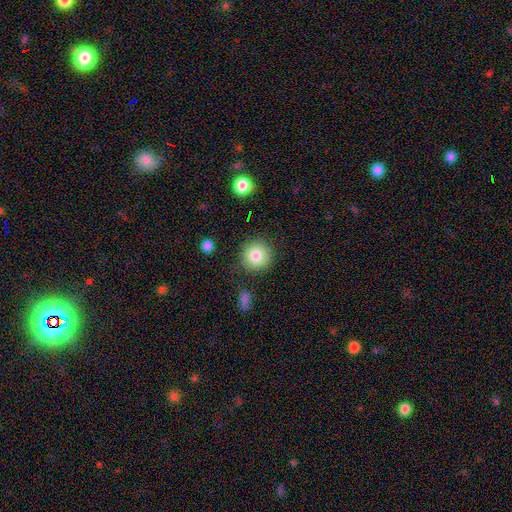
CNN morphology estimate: Overall: smooth (82%). How rounded: round (94%). Merging: none (87%).